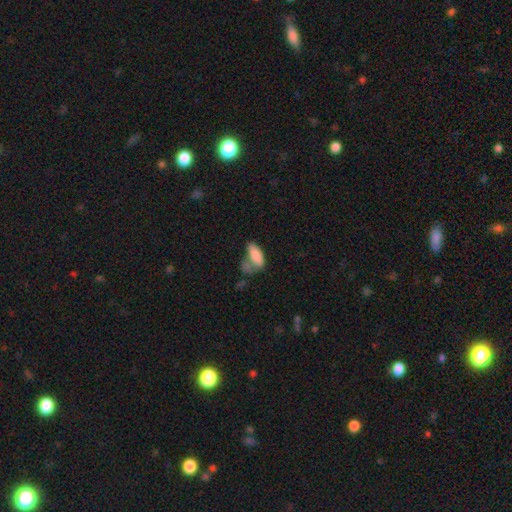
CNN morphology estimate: type=smooth (81%); roundness=in between (84%); merging=none (33%).